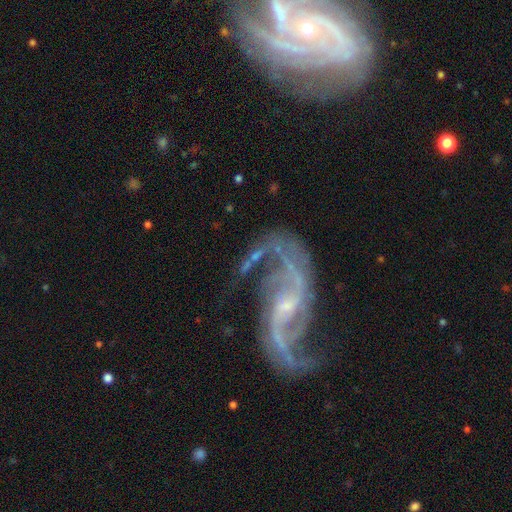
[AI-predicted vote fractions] Q: Smooth or featured?
A: featured or disk (92%); runner-up: star or artifact (5%)
Q: Edge-on disk?
A: no (98%); runner-up: yes (2%)
Q: Bar?
A: weak (47%); runner-up: no (34%)
Q: Spiral arms?
A: yes (98%); runner-up: no (2%)
Q: Spiral winding?
A: loose (66%); runner-up: medium (27%)
Q: Spiral arm count?
A: 2 (86%); runner-up: 3 (4%)
Q: Bulge size?
A: small (76%); runner-up: moderate (14%)
Q: Merging?
A: none (61%); runner-up: minor disturbance (18%)